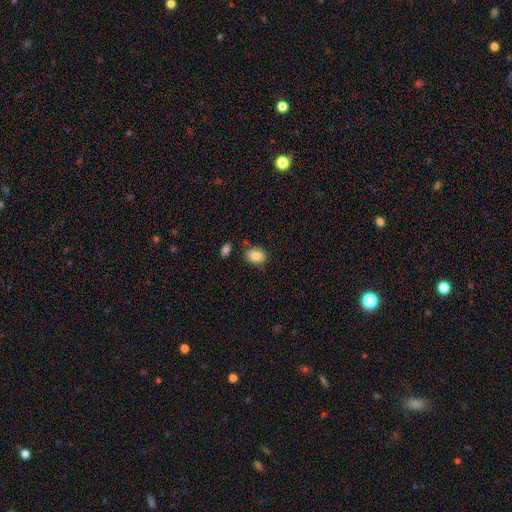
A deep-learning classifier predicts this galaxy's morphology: Smooth or featured?
  - smooth: 81% *
  - featured or disk: 10%
  - star or artifact: 8%
How rounded?
  - round: 52% *
  - in between: 47%
  - cigar-shaped: 1%
Merging?
  - none: 76% *
  - minor disturbance: 15%
  - merger: 6%
  - major disturbance: 3%